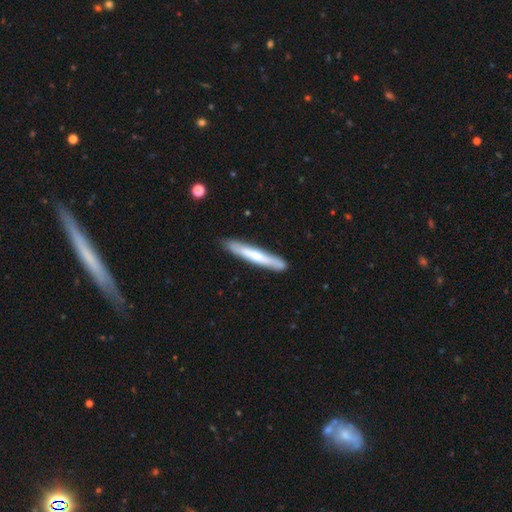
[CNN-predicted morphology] This is possibly a smooth galaxy (53%). How rounded: clearly cigar-shaped (95%). Merging: clearly none (86%).